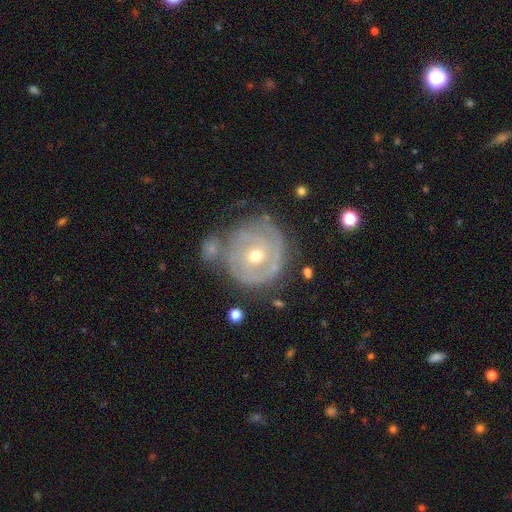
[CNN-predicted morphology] smooth-or-featured: featured or disk: 78% | smooth: 16% | star or artifact: 6%
  disk-edge-on: no: 97% | yes: 3%
    bar: no: 70% | weak: 24% | strong: 6%
    has-spiral-arms: yes: 83% | no: 17%
      spiral-winding: tight: 77% | medium: 18% | loose: 6%
      spiral-arm-count: can't tell: 42% | 2: 27% | 3: 15% | 1: 6% | 4: 6% | more than 4: 4%
    bulge-size: moderate: 57% | small: 40% | large: 2% | none: 1% | dominant: 1%
  merging: none: 62% | minor disturbance: 18% | merger: 11% | major disturbance: 8%